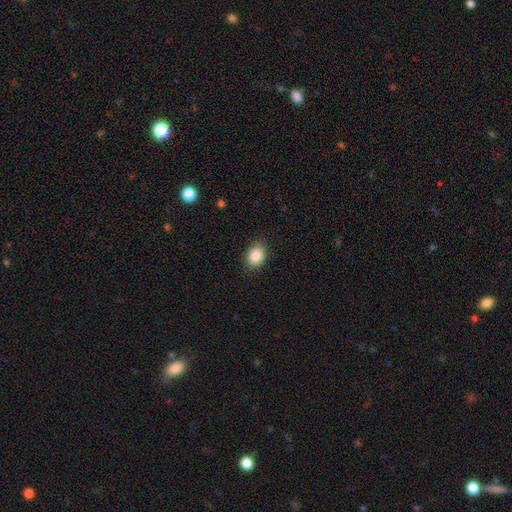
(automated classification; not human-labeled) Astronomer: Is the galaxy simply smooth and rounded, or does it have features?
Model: smooth — 87%.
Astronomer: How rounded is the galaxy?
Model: in between — 74%.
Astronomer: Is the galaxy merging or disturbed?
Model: none — 86%.